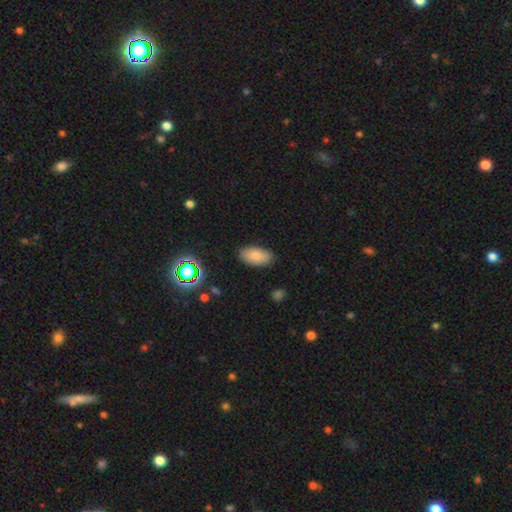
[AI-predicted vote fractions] Smooth or featured? smooth (83%)
How rounded? in between (94%)
Merging? none (86%)